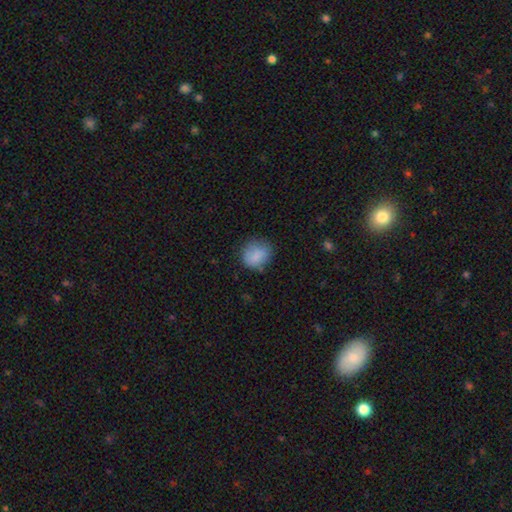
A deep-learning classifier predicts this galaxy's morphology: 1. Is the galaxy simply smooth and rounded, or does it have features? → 82% smooth, 9% featured or disk, 9% star or artifact.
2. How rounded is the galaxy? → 69% round, 30% in between, 1% cigar-shaped.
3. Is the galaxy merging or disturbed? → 68% none, 23% minor disturbance, 7% major disturbance, 2% merger.